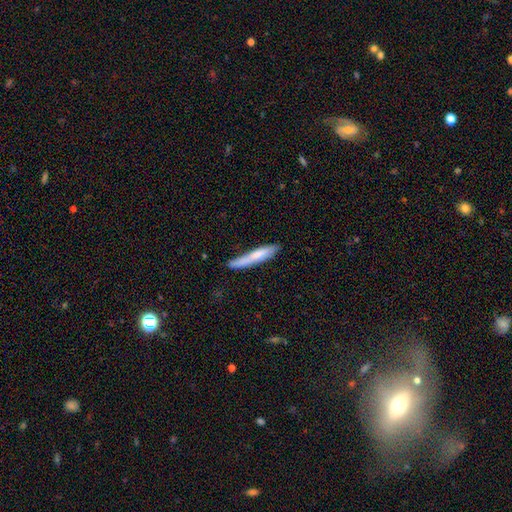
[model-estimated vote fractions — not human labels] This is likely a smooth galaxy (70%). How rounded: clearly cigar-shaped (92%). Merging: likely none (69%).